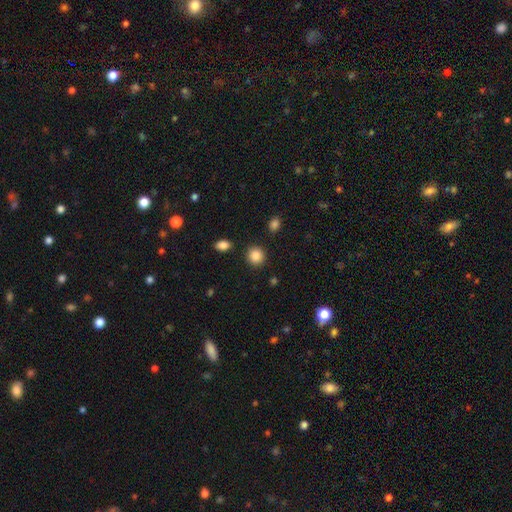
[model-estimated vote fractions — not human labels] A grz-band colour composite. It shows a smooth galaxy with no disk features (87%) that is round (88%). Merging: none (89%).